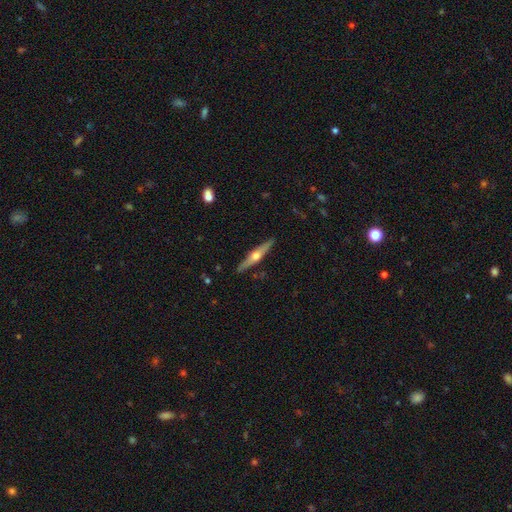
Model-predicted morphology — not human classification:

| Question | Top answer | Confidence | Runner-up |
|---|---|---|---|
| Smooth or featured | featured or disk | 73% | smooth (22%) |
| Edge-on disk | yes | 97% | no (3%) |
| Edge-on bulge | rounded | 94% | none (3%) |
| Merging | none | 91% | minor disturbance (7%) |